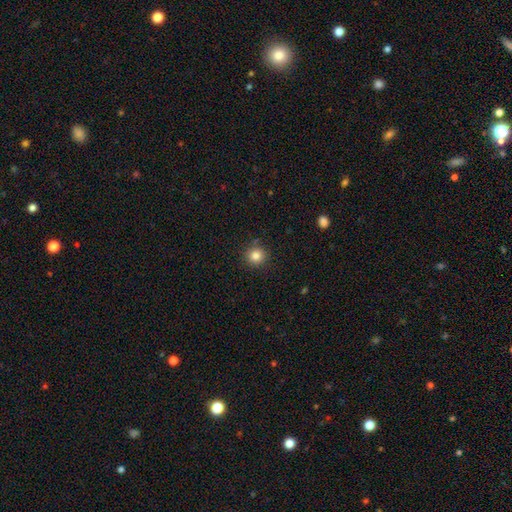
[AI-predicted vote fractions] This appears to be a smooth galaxy with no disk features (83%) that is round (93%). Merging: none (90%).